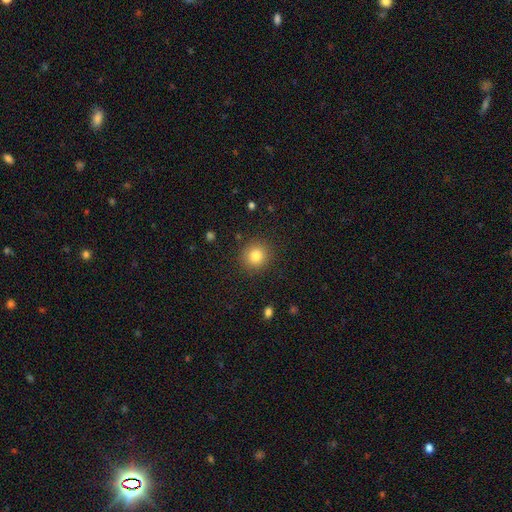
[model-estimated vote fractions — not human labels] Smooth or featured? Predicted: smooth (p=0.82). How rounded? Predicted: round (p=0.90). Merging? Predicted: none (p=0.89).